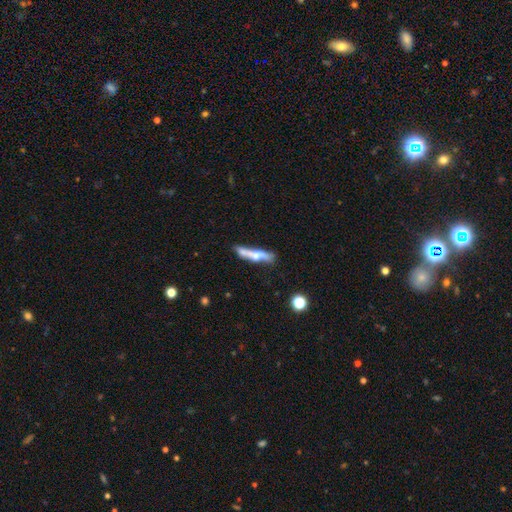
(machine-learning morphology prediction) smooth-or-featured: featured or disk: 50% | smooth: 43% | star or artifact: 7%
  merging: none: 54% | minor disturbance: 20% | merger: 19% | major disturbance: 8%